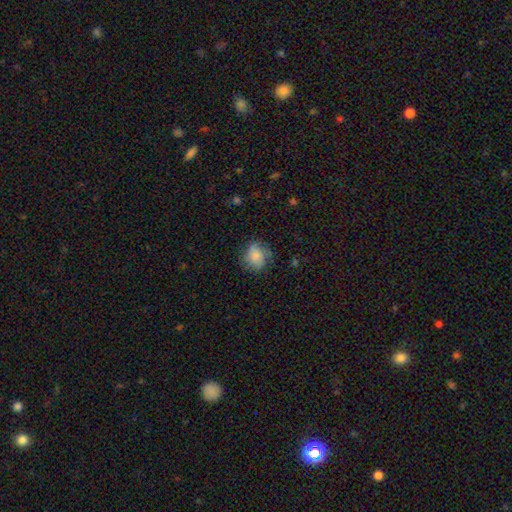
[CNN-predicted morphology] Smooth or featured?
  - smooth: 76% *
  - featured or disk: 16%
  - star or artifact: 8%
How rounded?
  - round: 61% *
  - in between: 37%
  - cigar-shaped: 1%
Merging?
  - none: 69% *
  - minor disturbance: 22%
  - major disturbance: 8%
  - merger: 1%